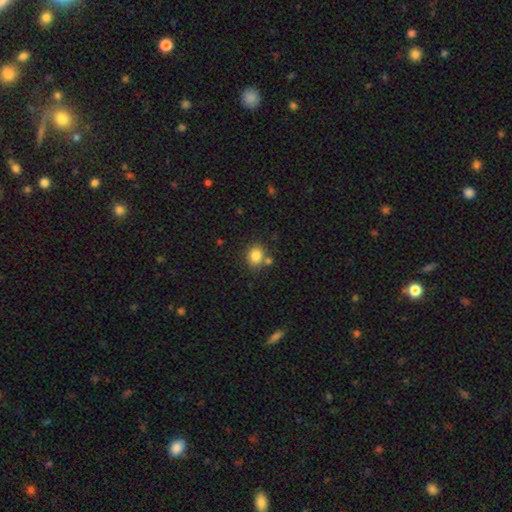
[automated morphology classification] This appears to be a smooth galaxy with no disk features (84%) that is round (65%). Merging: none (74%).